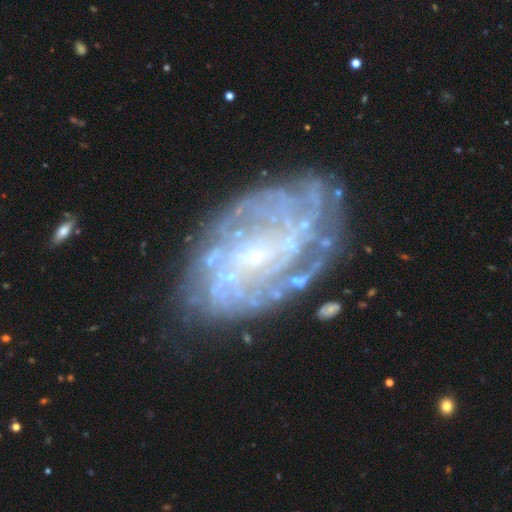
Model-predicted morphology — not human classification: The model was most divided on "bar": no: 60%, weak: 30%, strong: 9%. Remaining: edge-on disk — no (97%); spiral arms — yes (88%); smooth or featured — featured or disk (84%); bulge size — small (79%); merging — none (70%); spiral winding — tight (65%); spiral arm count — can't tell (45%).